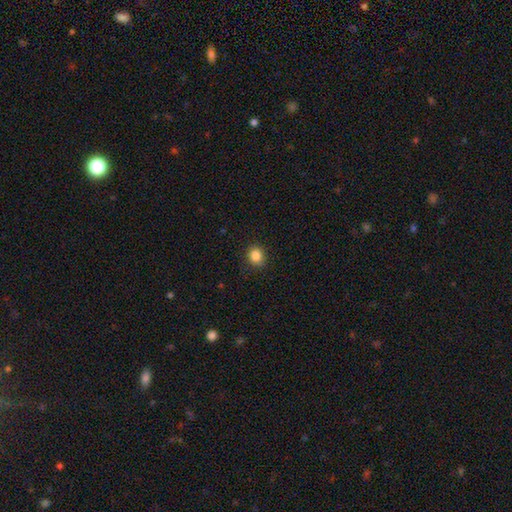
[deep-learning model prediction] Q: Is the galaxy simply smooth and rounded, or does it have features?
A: smooth — 86%.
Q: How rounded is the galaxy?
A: round — 74%.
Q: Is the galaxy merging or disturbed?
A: none — 89%.